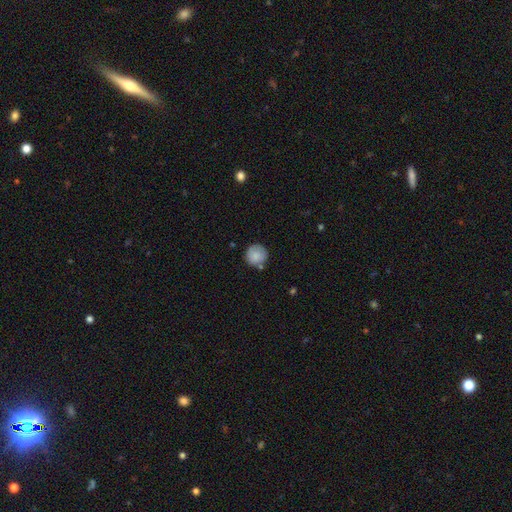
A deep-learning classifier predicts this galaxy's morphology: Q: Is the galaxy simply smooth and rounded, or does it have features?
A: smooth — 82%.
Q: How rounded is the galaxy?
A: round — 93%.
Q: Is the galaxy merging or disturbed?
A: none — 77%.